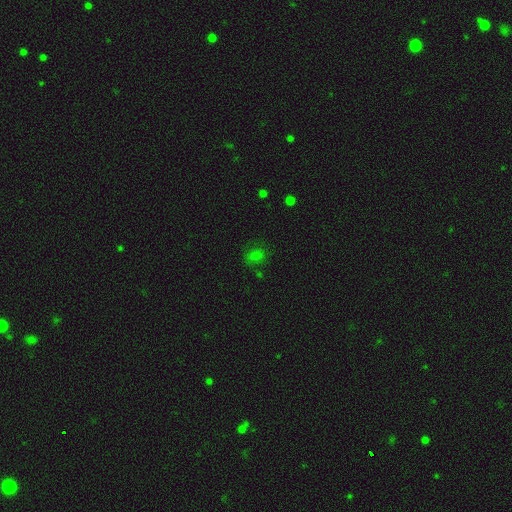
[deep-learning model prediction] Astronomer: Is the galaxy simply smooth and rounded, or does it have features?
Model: smooth — 64%.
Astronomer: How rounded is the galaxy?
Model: round — 56% (runner-up: in between, 42%).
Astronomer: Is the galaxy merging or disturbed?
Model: none — 74%.